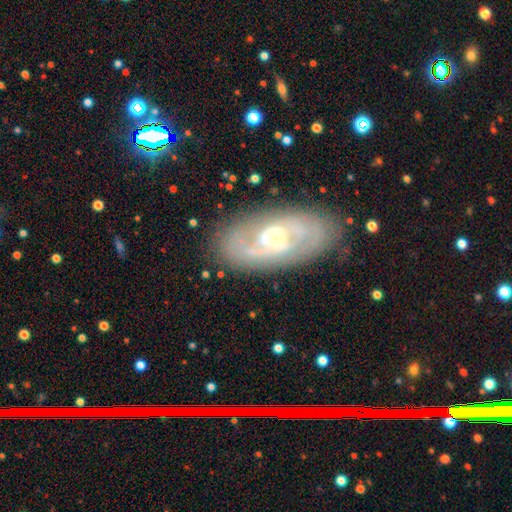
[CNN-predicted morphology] A featured or disk galaxy (75%) with a weak bar (47%), 2 (64%) tight (49%) spiral arms (89%) and a moderate central bulge (57%).

Vote fractions:
- Smooth or featured? featured or disk: 75% / smooth: 15% / star or artifact: 10%
- Edge-on disk? no: 91% / yes: 9%
- Bar? weak: 47% / no: 35% / strong: 18%
- Spiral arms? yes: 89% / no: 11%
- Spiral winding? tight: 49% / medium: 36% / loose: 15%
- Spiral arm count? 2: 64% / can't tell: 23% / 3: 5% / 1: 3% / 4: 3% / more than 4: 2%
- Bulge size? moderate: 57% / small: 31% / large: 8% / none: 2% / dominant: 1%
- Merging? none: 83% / minor disturbance: 12% / major disturbance: 4% / merger: 1%